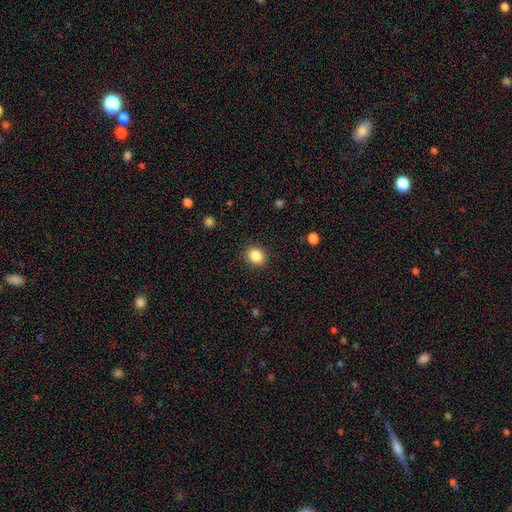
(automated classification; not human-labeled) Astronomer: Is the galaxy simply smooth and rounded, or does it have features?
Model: smooth — 86%.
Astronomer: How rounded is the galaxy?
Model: round — 58% (runner-up: in between, 41%).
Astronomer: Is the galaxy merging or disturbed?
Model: none — 89%.